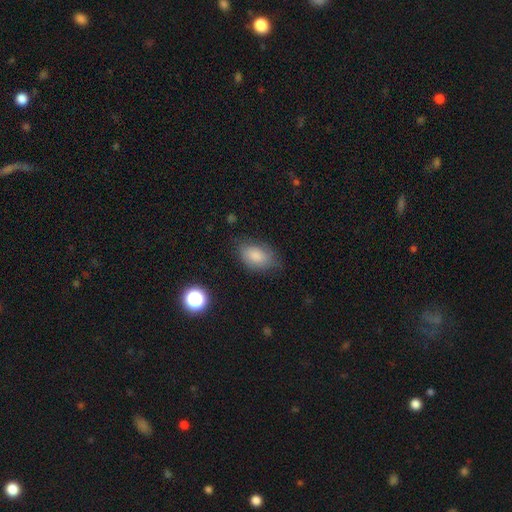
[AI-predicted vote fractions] Smooth or featured: smooth — 83% (featured or disk — 9%)
How rounded: in between — 89% (round — 9%)
Merging: none — 67% (minor disturbance — 24%)